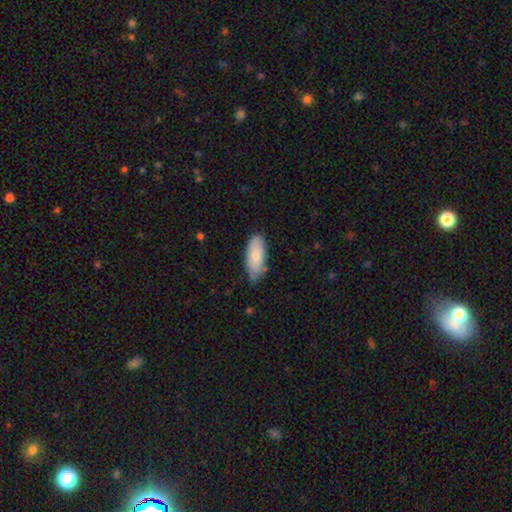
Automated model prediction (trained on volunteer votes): This is clearly a smooth galaxy (80%). How rounded: clearly in between (84%). Merging: likely none (75%).